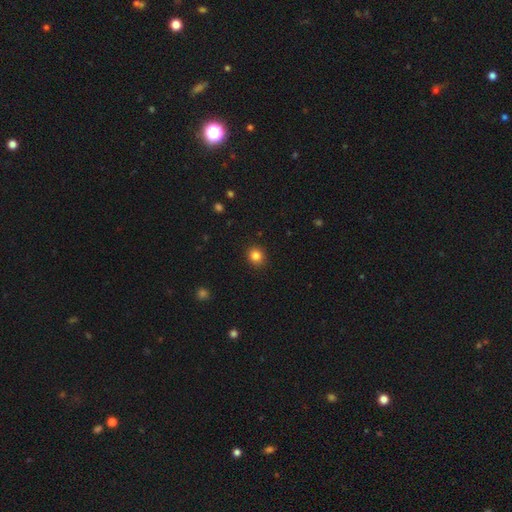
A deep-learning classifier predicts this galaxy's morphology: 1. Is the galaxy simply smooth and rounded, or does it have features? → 85% smooth, 11% star or artifact, 4% featured or disk.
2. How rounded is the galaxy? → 80% round, 19% in between, 1% cigar-shaped.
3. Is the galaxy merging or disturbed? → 90% none, 7% minor disturbance, 2% major disturbance, 1% merger.